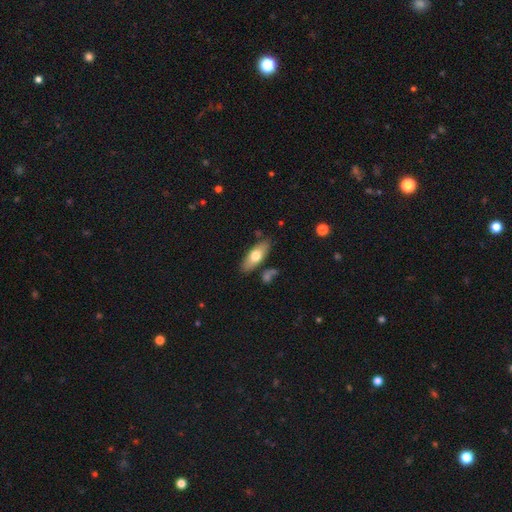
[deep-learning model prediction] smooth-or-featured: smooth: 66% | featured or disk: 28% | star or artifact: 6%
  how-rounded: in between: 75% | cigar-shaped: 23% | round: 3%
  merging: none: 79% | minor disturbance: 13% | merger: 5% | major disturbance: 3%